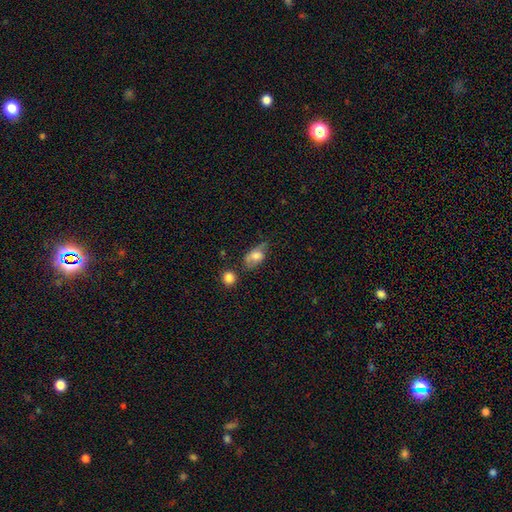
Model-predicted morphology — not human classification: This appears to be a smooth galaxy with no disk features (67%) that is in between round and cigar-shaped (82%). Merging: none (43%).